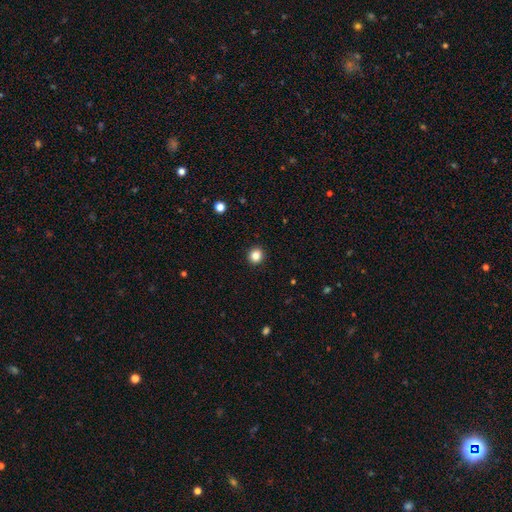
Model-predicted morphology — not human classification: Overall: smooth (84%). How rounded: round (90%). Merging: none (93%).